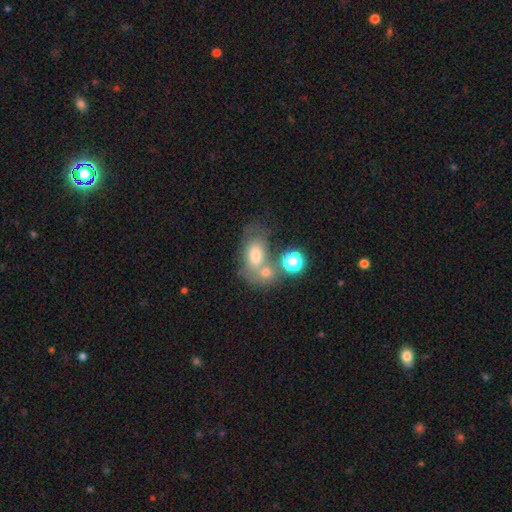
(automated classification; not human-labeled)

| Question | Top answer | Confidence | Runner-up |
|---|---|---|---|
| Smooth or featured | smooth | 62% | featured or disk (26%) |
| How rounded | in between | 77% | round (20%) |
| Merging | merger | 45% | none (30%) |